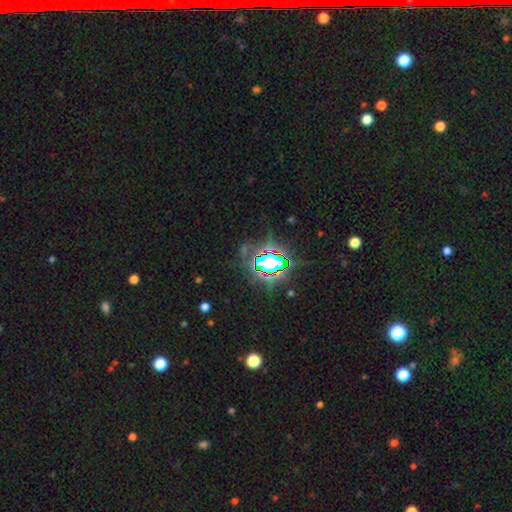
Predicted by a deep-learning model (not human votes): star or artifact 84%, smooth 9%, featured or disk 7%.